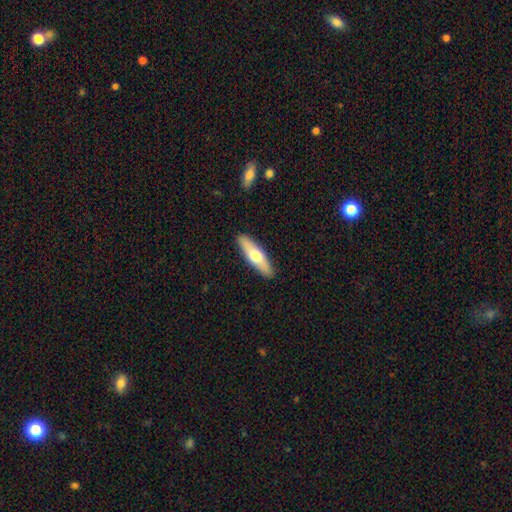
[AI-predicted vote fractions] Smooth or featured?
  - smooth: 58% *
  - featured or disk: 37%
  - star or artifact: 5%
How rounded?
  - cigar-shaped: 63% *
  - in between: 35%
  - round: 2%
Merging?
  - none: 90% *
  - minor disturbance: 7%
  - major disturbance: 2%
  - merger: 1%